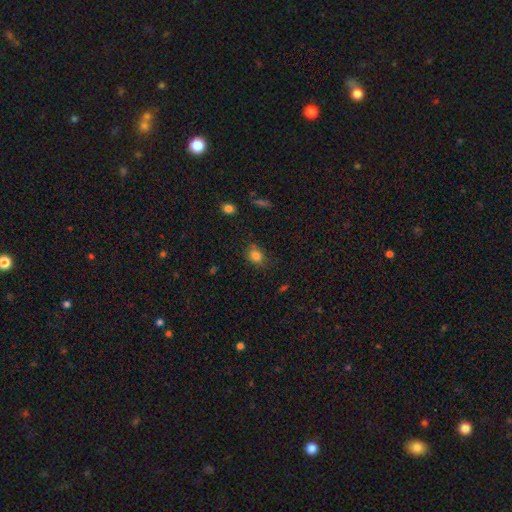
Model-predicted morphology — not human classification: Overall: smooth (81%). How rounded: in between (55%; round 44%). Merging: none (76%).